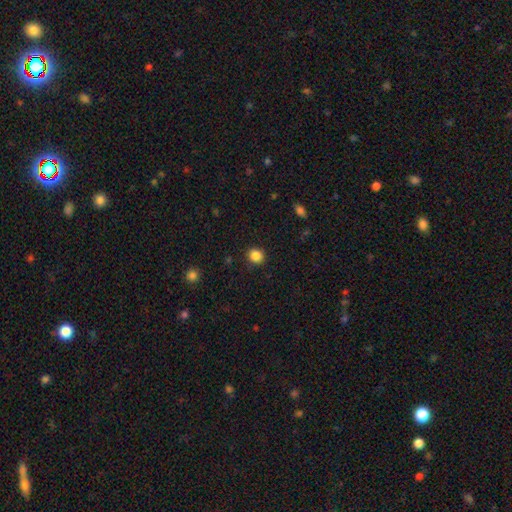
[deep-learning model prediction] smooth-or-featured: smooth: 86% | star or artifact: 11% | featured or disk: 3%
  how-rounded: round: 82% | in between: 17% | cigar-shaped: 1%
  merging: none: 90% | minor disturbance: 7% | major disturbance: 2% | merger: 1%